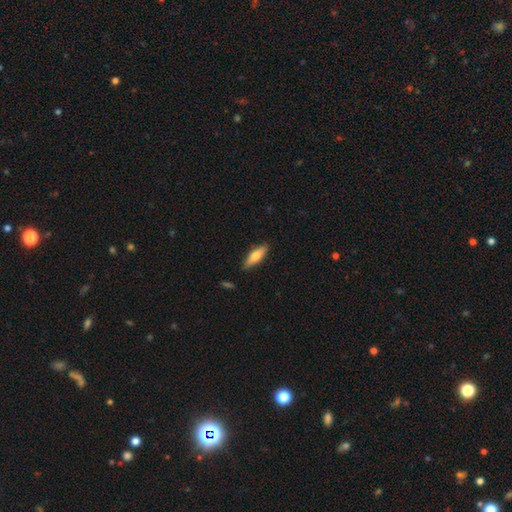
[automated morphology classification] smooth 65%, featured or disk 29%, star or artifact 6%. Down the decision tree: how rounded — cigar-shaped (51%); merging — none (87%).